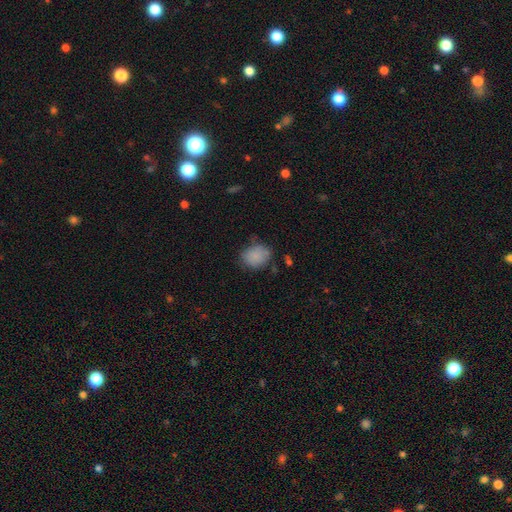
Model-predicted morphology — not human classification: Overall: smooth (85%). How rounded: round (52%; in between 47%). Merging: none (68%).